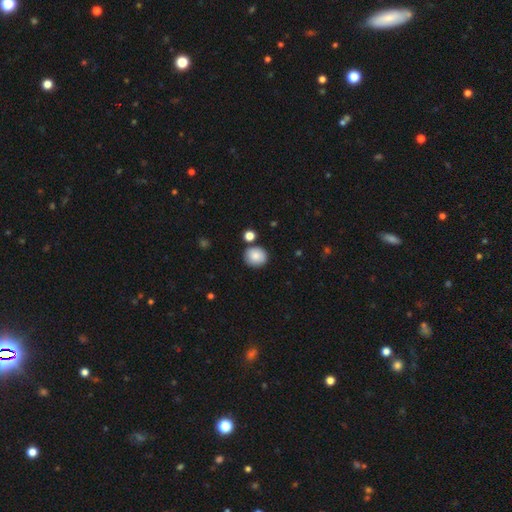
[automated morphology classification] The model was most divided on "how rounded": round: 78%, in between: 21%, cigar-shaped: 1%. More confident: smooth or featured — smooth (86%); merging — none (79%).